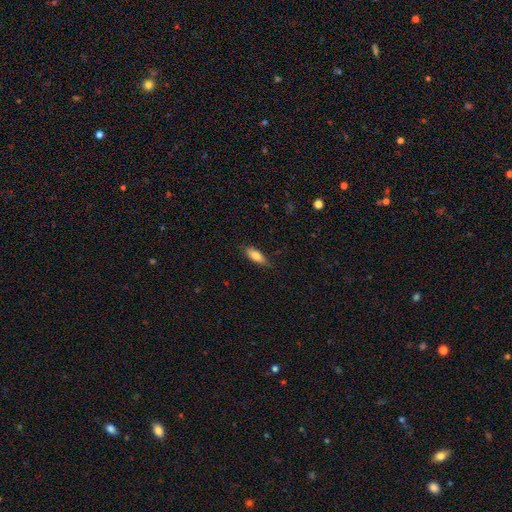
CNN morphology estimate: Smooth or featured? Predicted: smooth (p=0.82). How rounded? Predicted: in between (p=0.68). Merging? Predicted: none (p=0.82).